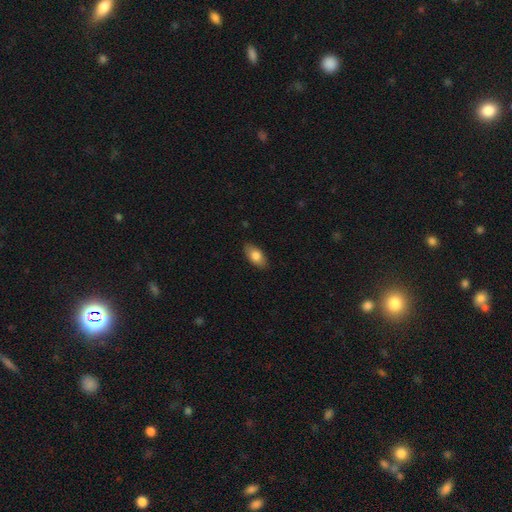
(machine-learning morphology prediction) Smooth or featured? smooth (80%)
How rounded? in between (91%)
Merging? none (86%)